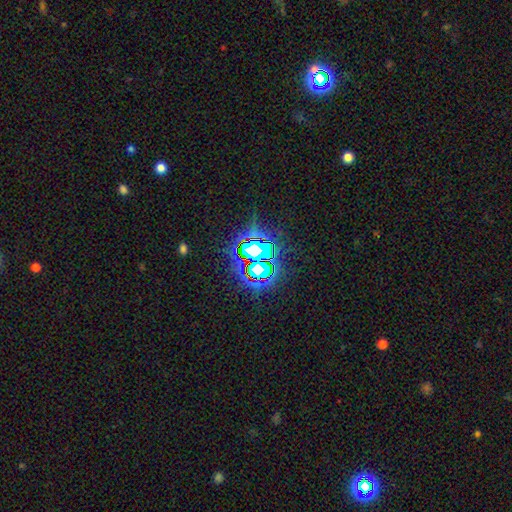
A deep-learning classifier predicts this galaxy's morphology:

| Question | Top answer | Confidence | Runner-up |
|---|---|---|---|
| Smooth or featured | star or artifact | 77% | smooth (12%) |